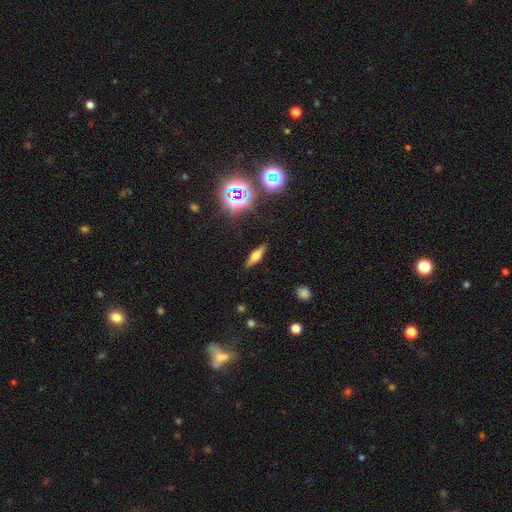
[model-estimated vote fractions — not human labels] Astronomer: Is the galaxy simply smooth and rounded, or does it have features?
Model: featured or disk — 49% (runner-up: smooth, 36%).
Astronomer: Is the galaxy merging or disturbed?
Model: none — 88%.